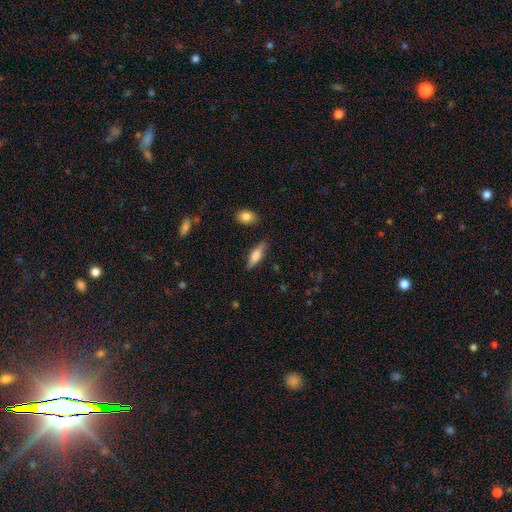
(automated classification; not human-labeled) Overall: smooth (65%; featured or disk 28%). How rounded: in between (56%; cigar-shaped 42%). Merging: none (79%).